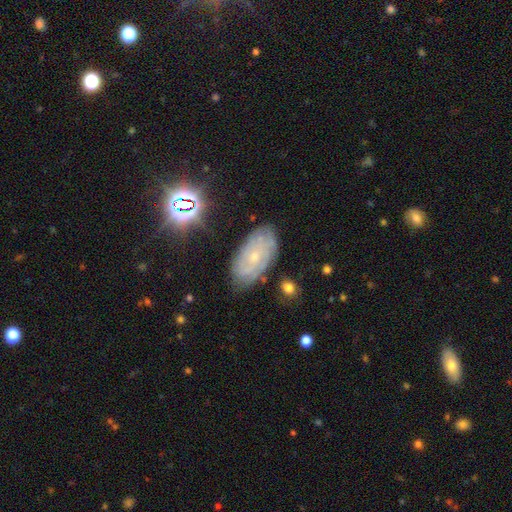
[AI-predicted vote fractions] smooth-or-featured: featured or disk: 59% | smooth: 24% | star or artifact: 17%
  disk-edge-on: no: 92% | yes: 8%
    bar: no: 77% | weak: 18% | strong: 4%
    has-spiral-arms: yes: 78% | no: 22%
    bulge-size: small: 79% | moderate: 17% | none: 2% | large: 1% | dominant: 1%
  merging: none: 79% | minor disturbance: 15% | major disturbance: 4% | merger: 2%